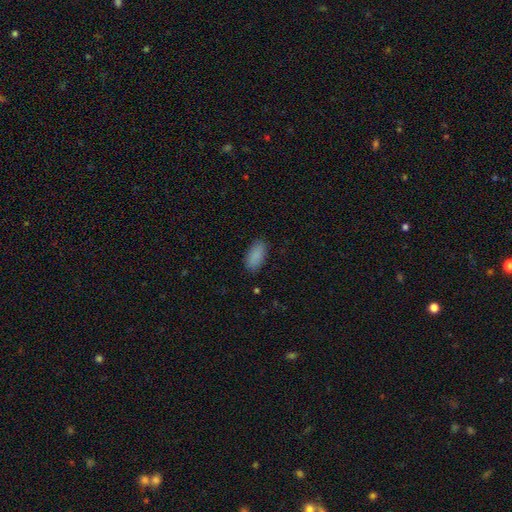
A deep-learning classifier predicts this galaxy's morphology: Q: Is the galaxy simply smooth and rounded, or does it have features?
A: smooth — 89%.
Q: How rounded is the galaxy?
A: in between — 92%.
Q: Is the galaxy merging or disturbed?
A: none — 85%.